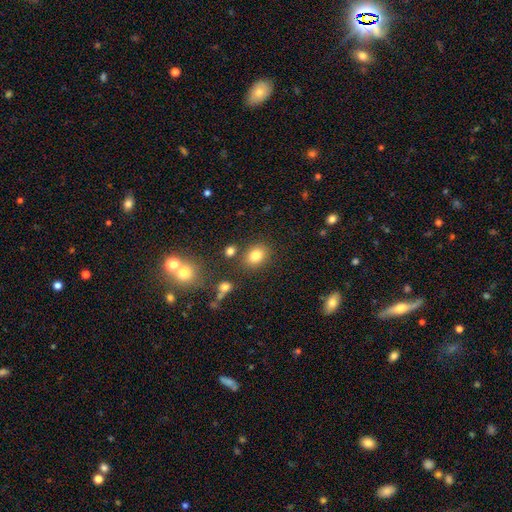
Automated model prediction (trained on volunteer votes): Smooth or featured? Predicted: smooth (p=0.81). How rounded? Predicted: in between (p=0.55). Merging? Predicted: none (p=0.79).